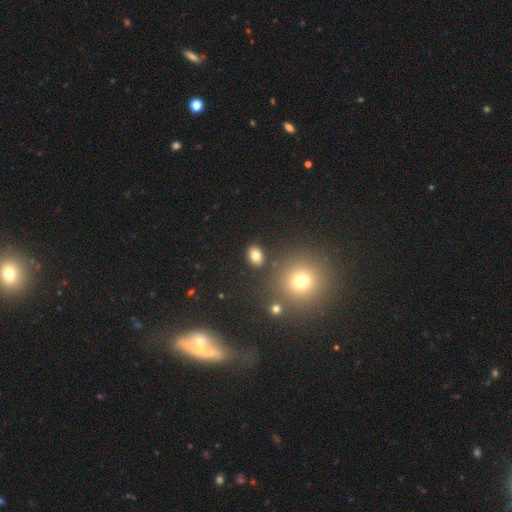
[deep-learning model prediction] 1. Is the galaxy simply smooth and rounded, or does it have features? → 80% smooth, 12% star or artifact, 8% featured or disk.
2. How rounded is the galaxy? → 71% in between, 27% round, 1% cigar-shaped.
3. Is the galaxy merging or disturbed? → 85% none, 8% minor disturbance, 4% merger, 3% major disturbance.